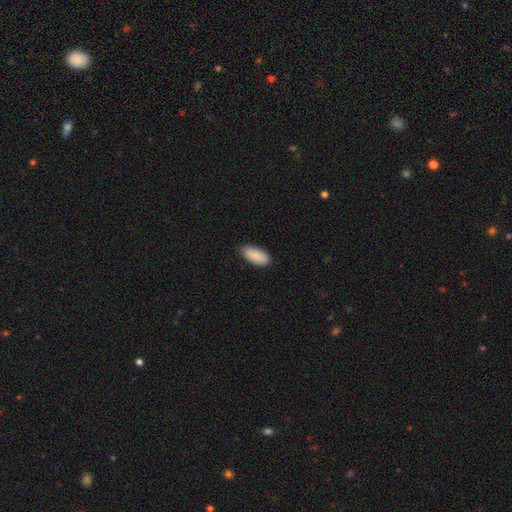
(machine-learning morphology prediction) A smooth galaxy with no disk features (90%) that is in between round and cigar-shaped (88%).

Vote fractions:
- Smooth or featured? smooth: 90% / star or artifact: 6% / featured or disk: 4%
- How rounded? in between: 88% / cigar-shaped: 10% / round: 2%
- Merging? none: 82% / minor disturbance: 15% / major disturbance: 2% / merger: 1%